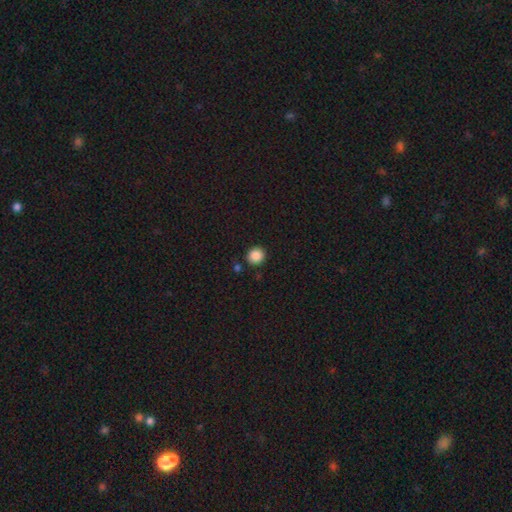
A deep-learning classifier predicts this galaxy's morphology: type=smooth (87%); roundness=round (89%); merging=none (88%).